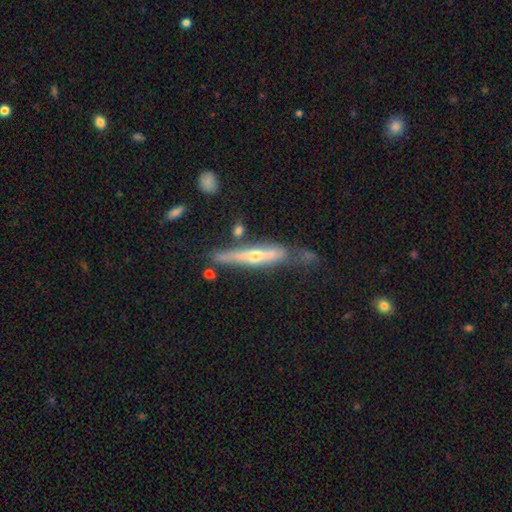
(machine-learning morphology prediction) type=featured or disk (65%); edge-on=yes (89%); edge-on bulge=rounded (81%); merging=none (52%).